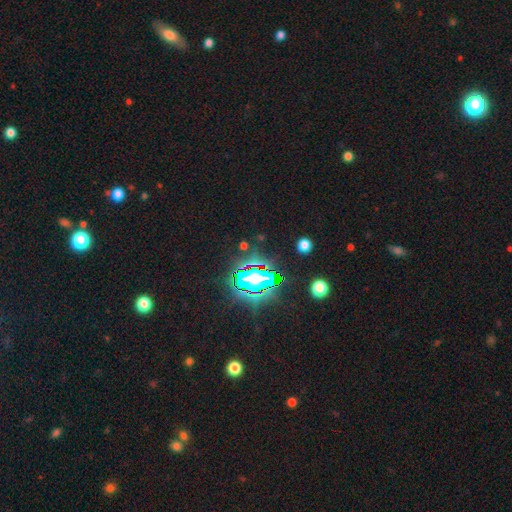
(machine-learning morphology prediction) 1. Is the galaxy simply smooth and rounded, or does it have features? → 80% star or artifact, 11% smooth, 9% featured or disk.